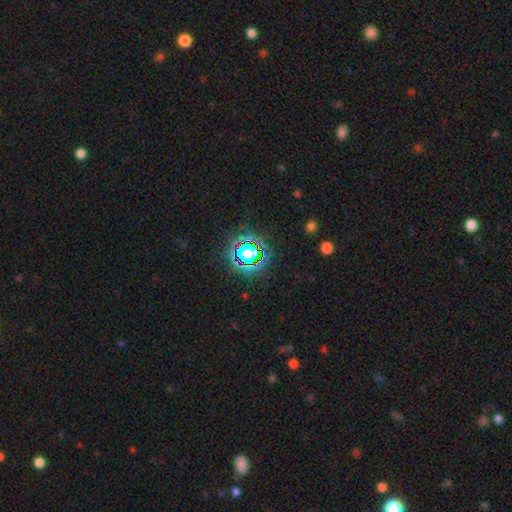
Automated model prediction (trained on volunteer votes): Smooth or featured? Predicted: star or artifact (p=0.70).